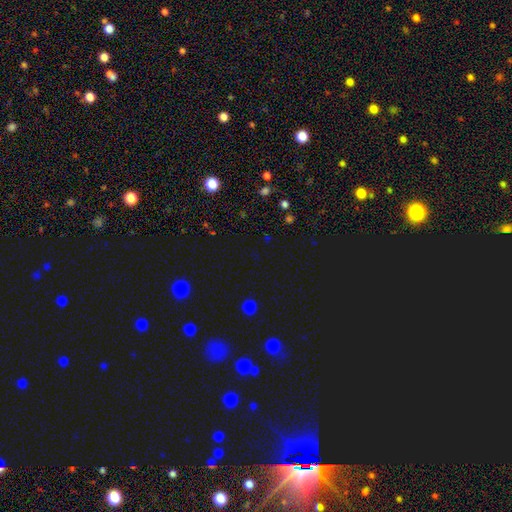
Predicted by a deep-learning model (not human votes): The model was most divided on "smooth or featured": star or artifact: 65%, smooth: 28%, featured or disk: 7%.